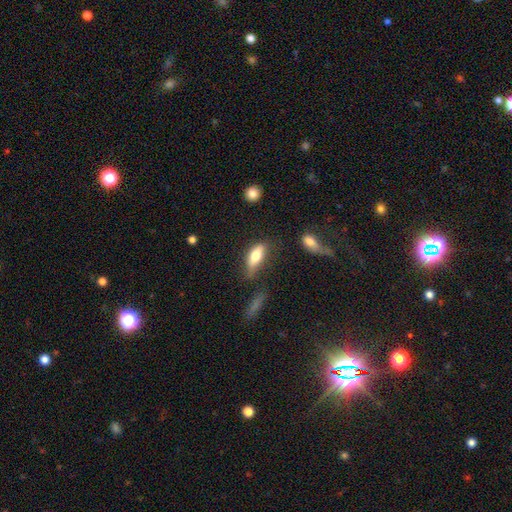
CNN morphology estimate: Q: Smooth or featured?
A: smooth (73%); runner-up: featured or disk (20%)
Q: How rounded?
A: in between (72%); runner-up: cigar-shaped (25%)
Q: Merging?
A: none (46%); runner-up: minor disturbance (29%)